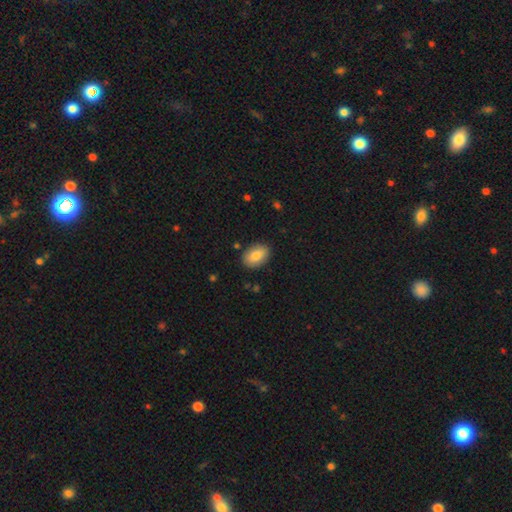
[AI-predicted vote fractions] Smooth or featured? Predicted: smooth (p=0.81). How rounded? Predicted: in between (p=0.85). Merging? Predicted: none (p=0.87).